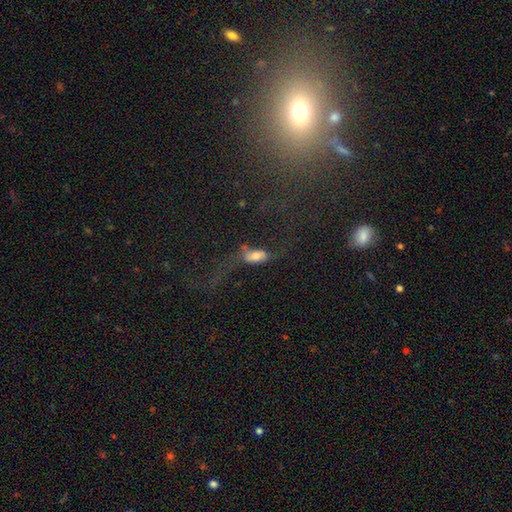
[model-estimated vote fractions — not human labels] Smooth or featured? smooth (53%)
How rounded? in between (81%)
Merging? major disturbance (40%)